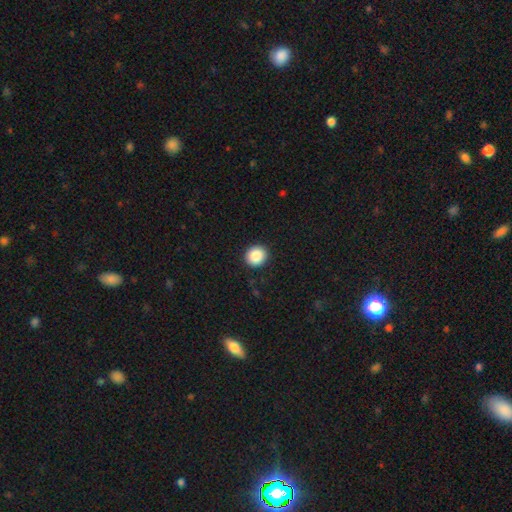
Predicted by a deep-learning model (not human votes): smooth 88%, star or artifact 8%, featured or disk 3%. Down the decision tree: how rounded — round (86%); merging — none (92%).